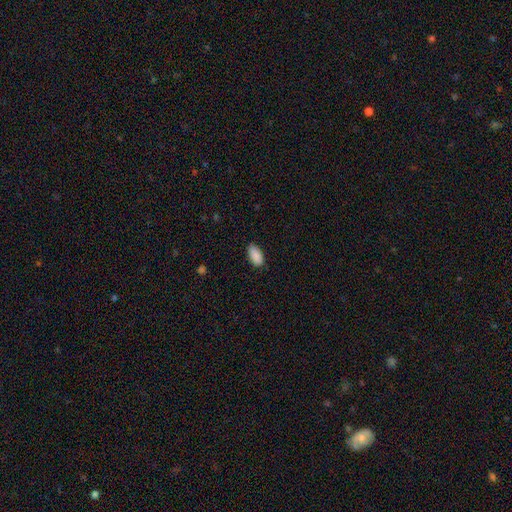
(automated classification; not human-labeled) This is clearly a smooth galaxy (90%). How rounded: clearly in between (93%). Merging: clearly none (83%).